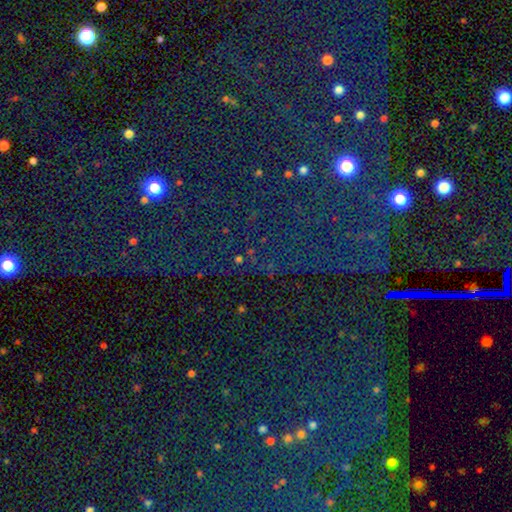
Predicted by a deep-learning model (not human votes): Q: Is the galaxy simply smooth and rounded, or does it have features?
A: star or artifact — 82%.